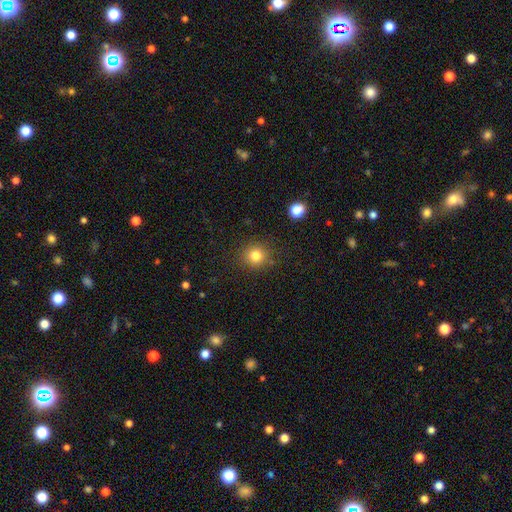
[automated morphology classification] smooth 81%, star or artifact 13%, featured or disk 6%. Down the decision tree: how rounded — round (91%); merging — none (87%).